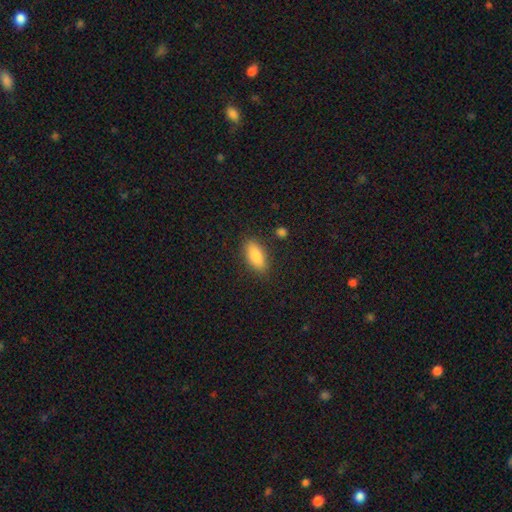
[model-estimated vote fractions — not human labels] This is clearly a smooth galaxy (87%). How rounded: clearly in between (85%). Merging: clearly none (84%).